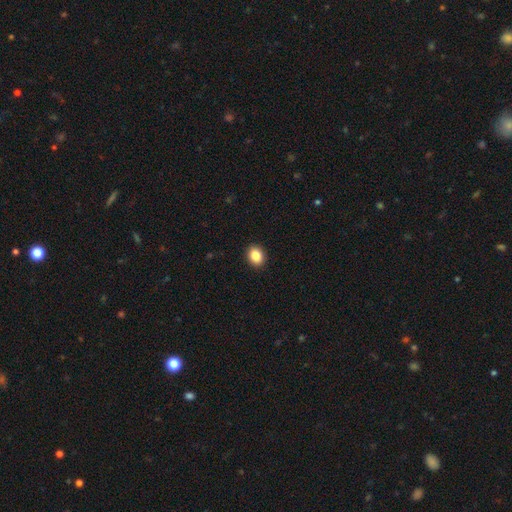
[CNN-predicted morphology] This appears to be a smooth galaxy with no disk features (87%) that is in between round and cigar-shaped (56%). Merging: none (92%).